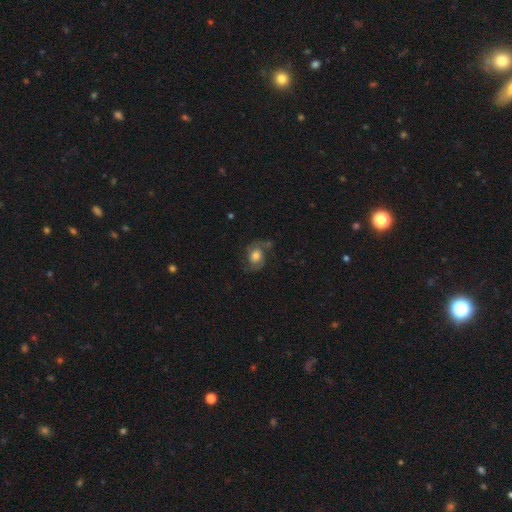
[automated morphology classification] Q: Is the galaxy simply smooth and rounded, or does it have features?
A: featured or disk — 63%.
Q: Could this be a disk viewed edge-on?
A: no — 97%.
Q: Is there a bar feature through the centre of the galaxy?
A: no — 71%.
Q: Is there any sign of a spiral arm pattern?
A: yes — 89%.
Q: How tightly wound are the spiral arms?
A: medium — 46%.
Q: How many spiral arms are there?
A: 2 — 86%.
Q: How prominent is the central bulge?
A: moderate — 57%.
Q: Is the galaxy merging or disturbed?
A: none — 60%.